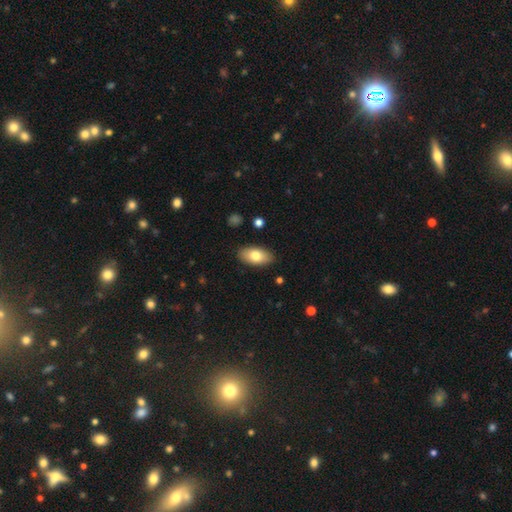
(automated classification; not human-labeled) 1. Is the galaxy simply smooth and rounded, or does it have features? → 77% smooth, 16% featured or disk, 6% star or artifact.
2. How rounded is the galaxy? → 93% in between, 4% round, 3% cigar-shaped.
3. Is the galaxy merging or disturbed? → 88% none, 9% minor disturbance, 2% major disturbance, 1% merger.